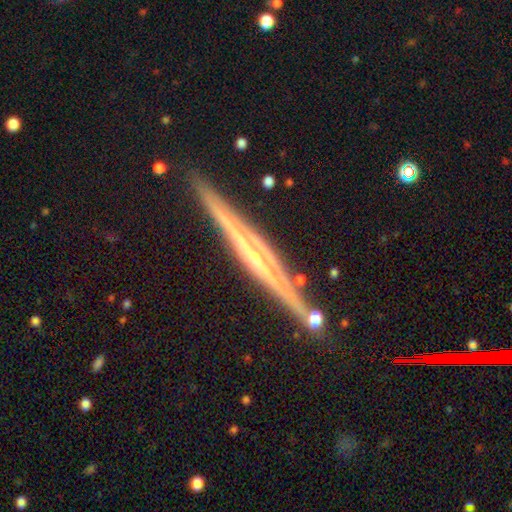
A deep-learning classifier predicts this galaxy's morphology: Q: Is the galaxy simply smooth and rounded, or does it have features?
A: featured or disk — 82%.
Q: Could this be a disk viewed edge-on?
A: yes — 98%.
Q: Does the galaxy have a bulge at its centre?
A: rounded — 49%.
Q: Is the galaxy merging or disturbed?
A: none — 90%.